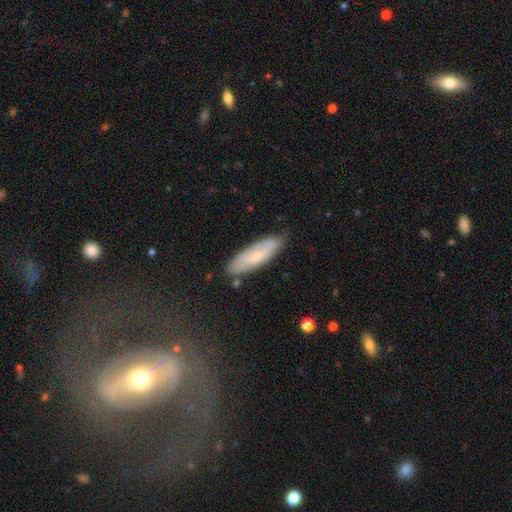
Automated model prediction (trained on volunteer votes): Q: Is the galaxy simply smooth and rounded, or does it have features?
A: smooth — 50%.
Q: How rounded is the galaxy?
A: cigar-shaped — 52%.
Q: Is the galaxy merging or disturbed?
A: none — 78%.